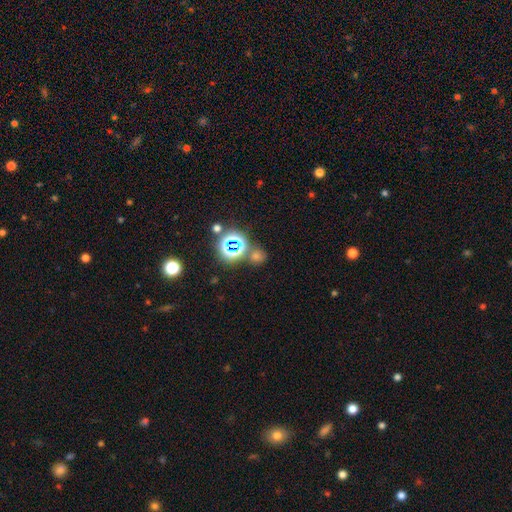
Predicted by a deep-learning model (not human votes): A star or artifact, not a galaxy (53%).

Vote fractions:
- Smooth or featured? star or artifact: 53% / smooth: 40% / featured or disk: 8%